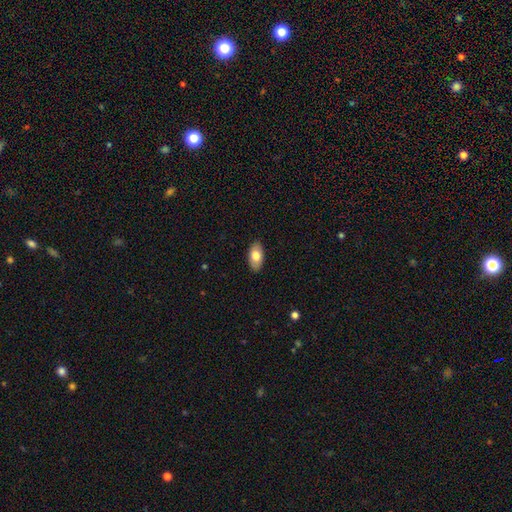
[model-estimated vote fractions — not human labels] This appears to be a smooth galaxy with no disk features (77%) that is in between round and cigar-shaped (94%). Merging: none (88%).